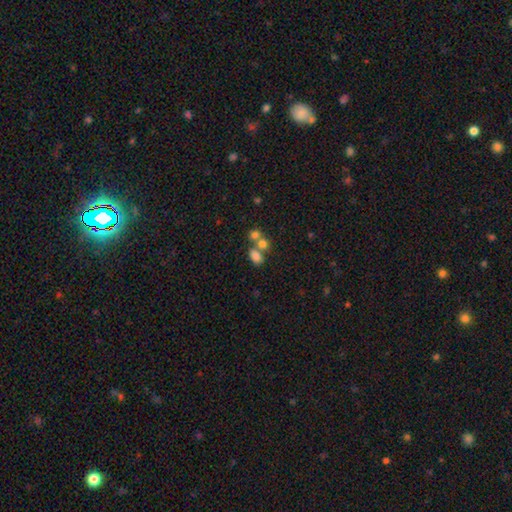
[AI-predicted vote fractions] This appears to be a smooth galaxy with no disk features (76%) that is in between round and cigar-shaped (75%). Merging: merger (47%).